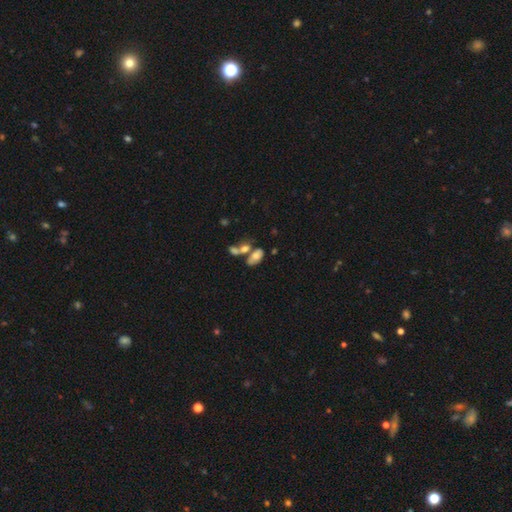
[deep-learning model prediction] A smooth galaxy with no disk features (65%) that is in between round and cigar-shaped (90%). Merging: merger (46%).